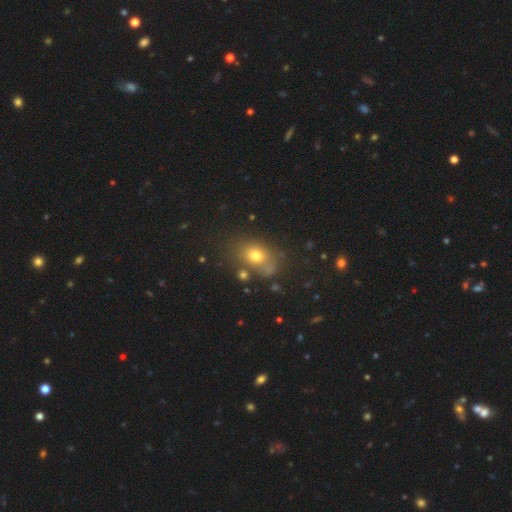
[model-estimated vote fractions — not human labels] This is likely a smooth galaxy (71%). How rounded: likely in between (63%). Merging: likely none (64%).